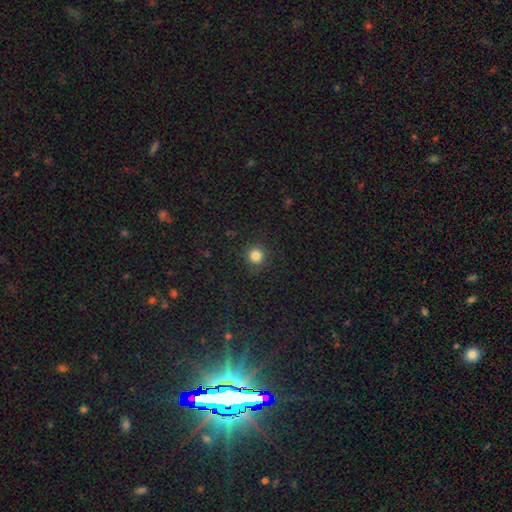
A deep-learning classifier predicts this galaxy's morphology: smooth 84%, star or artifact 12%, featured or disk 4%. Down the decision tree: how rounded — round (94%); merging — none (91%).